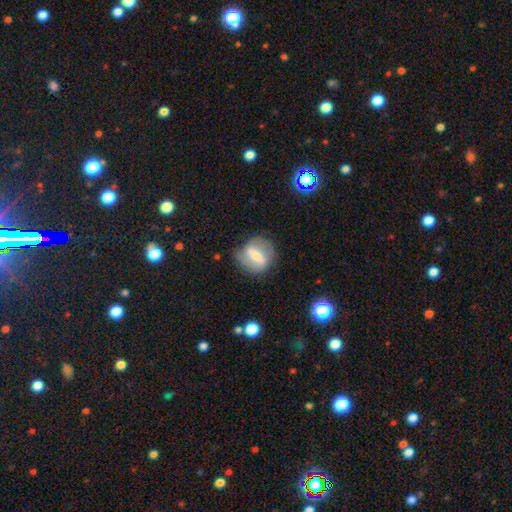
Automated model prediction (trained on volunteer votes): The model was most divided on "bulge size": moderate: 41%, small: 38%, none: 12%, large: 7%, dominant: 2%. More confident: edge-on disk — no (88%); merging — none (72%); bar — strong (66%); spiral arms — no (60%); smooth or featured — featured or disk (58%).